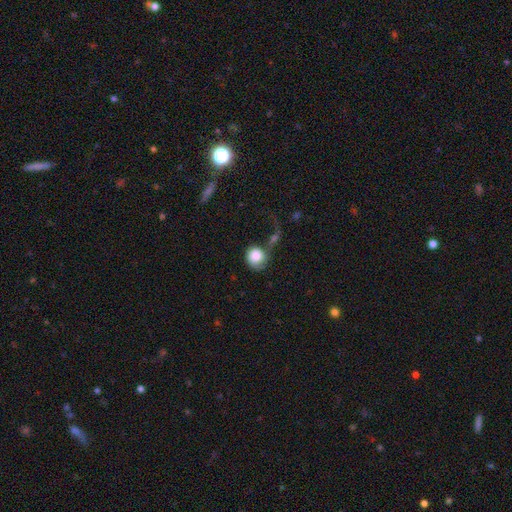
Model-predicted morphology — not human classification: The model was most divided on "merging": none: 32%, major disturbance: 29%, merger: 22%, minor disturbance: 17%. More confident: how rounded — round (84%); smooth or featured — smooth (82%).